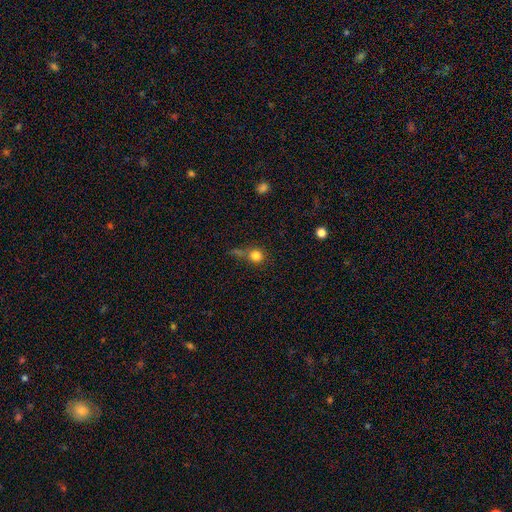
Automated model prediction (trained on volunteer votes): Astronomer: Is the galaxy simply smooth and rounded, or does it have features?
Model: smooth — 80%.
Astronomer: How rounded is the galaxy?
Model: round — 90%.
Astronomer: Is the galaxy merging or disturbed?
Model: none — 58%.